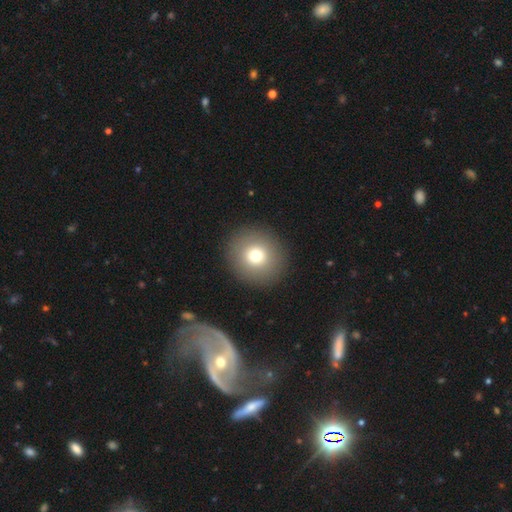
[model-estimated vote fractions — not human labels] Smooth or featured: smooth — 75% (featured or disk — 14%)
How rounded: round — 91% (in between — 8%)
Merging: none — 91% (minor disturbance — 5%)